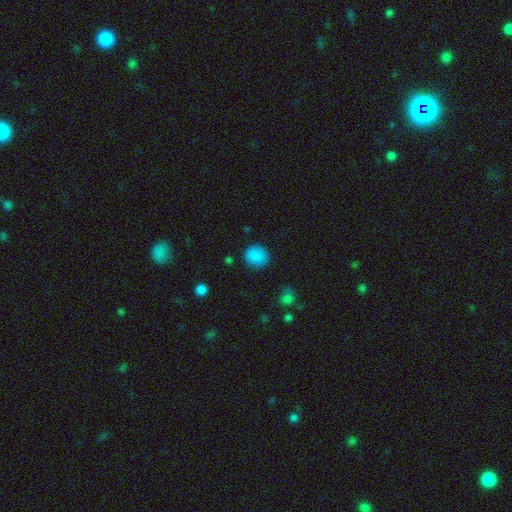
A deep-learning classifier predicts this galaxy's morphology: Smooth or featured? Predicted: smooth (p=0.87). How rounded? Predicted: round (p=0.80). Merging? Predicted: none (p=0.86).